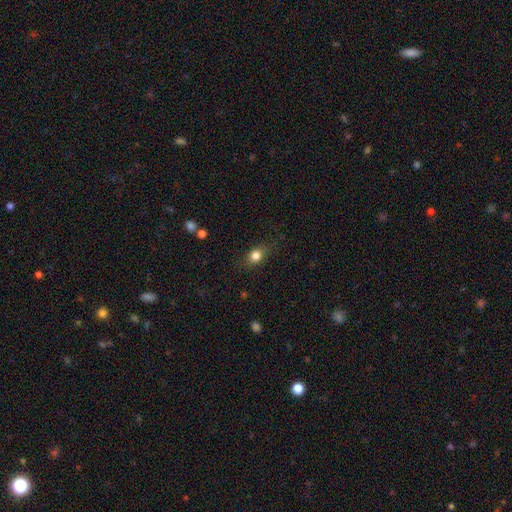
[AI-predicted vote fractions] This is clearly a smooth galaxy (80%). How rounded: possibly in between (56%). Merging: likely none (78%).